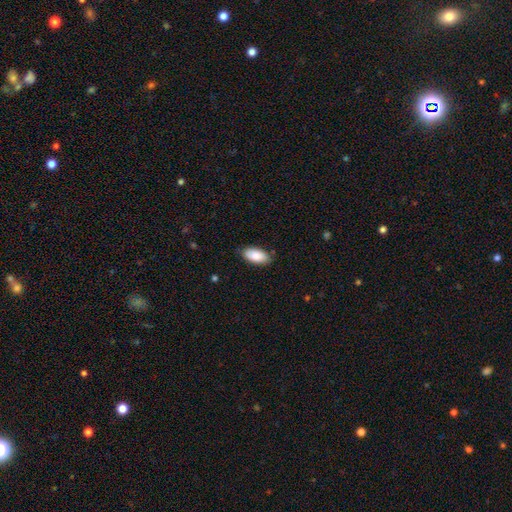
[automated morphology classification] smooth 88%, star or artifact 6%, featured or disk 6%. Down the decision tree: how rounded — in between (93%); merging — none (82%).